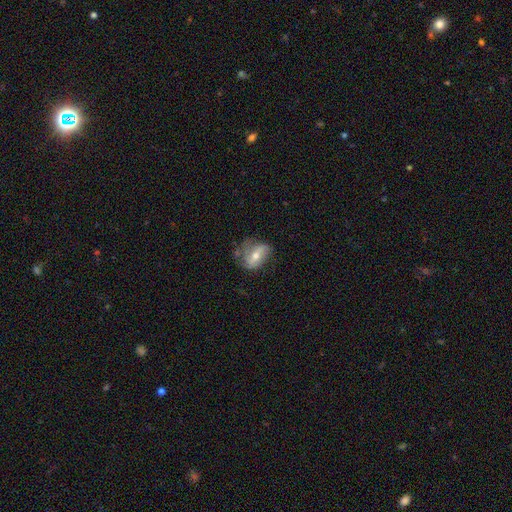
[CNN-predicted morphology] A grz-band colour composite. It shows a featured or disk galaxy (57%) with a weak bar (37%), spiral arms (71%) and a moderate central bulge (64%). Merging: none (53%).